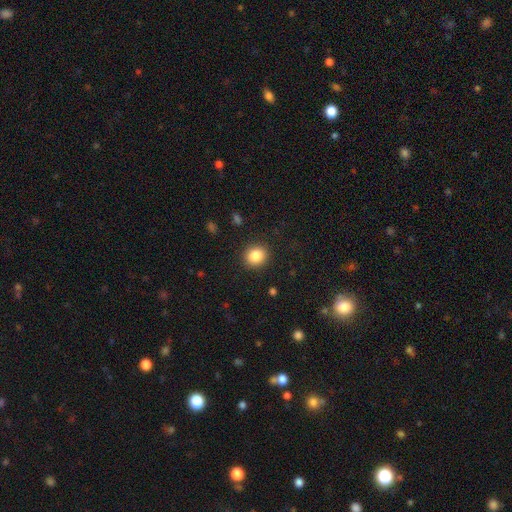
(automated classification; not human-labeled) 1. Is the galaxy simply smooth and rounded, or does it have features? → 85% smooth, 10% star or artifact, 5% featured or disk.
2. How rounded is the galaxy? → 81% round, 18% in between, 1% cigar-shaped.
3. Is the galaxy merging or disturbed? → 90% none, 7% minor disturbance, 3% major disturbance, 1% merger.